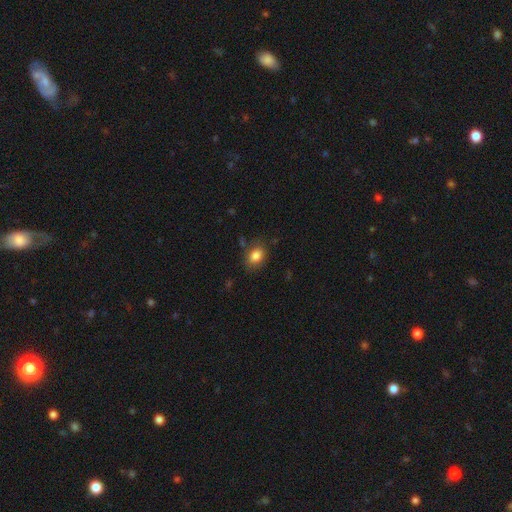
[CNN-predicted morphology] Smooth or featured? Predicted: smooth (p=0.84). How rounded? Predicted: in between (p=0.67). Merging? Predicted: none (p=0.77).